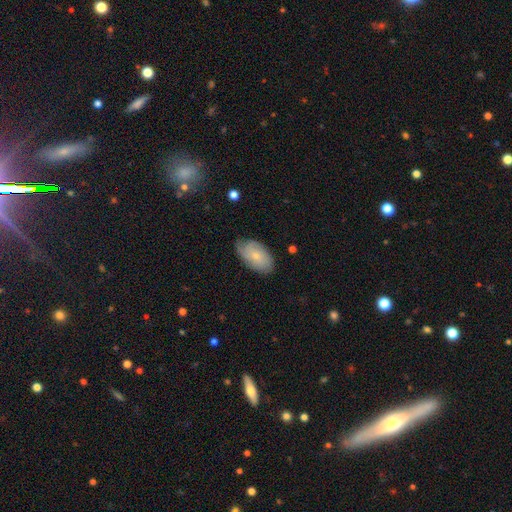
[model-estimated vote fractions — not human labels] Smooth or featured? Predicted: smooth (p=0.54). How rounded? Predicted: in between (p=0.93). Merging? Predicted: none (p=0.69).